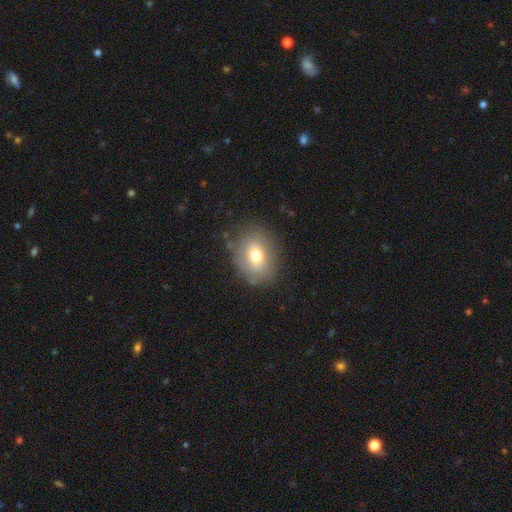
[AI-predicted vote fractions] Overall: smooth (69%). How rounded: in between (60%; round 39%). Merging: none (78%).